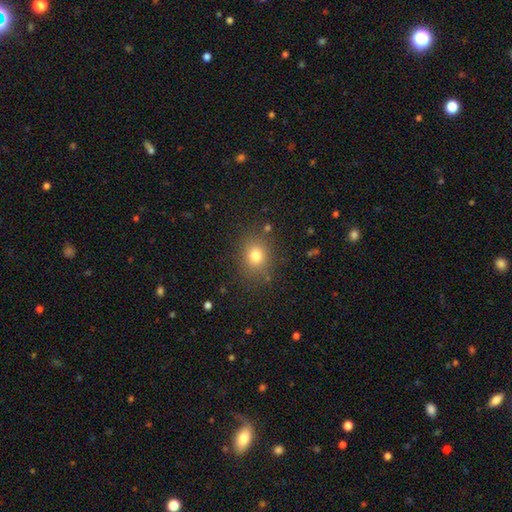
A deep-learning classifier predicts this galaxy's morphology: Smooth or featured? Predicted: smooth (p=0.77). How rounded? Predicted: round (p=0.65). Merging? Predicted: none (p=0.83).